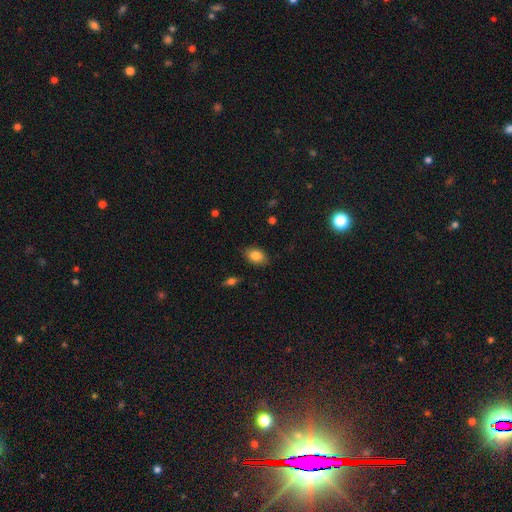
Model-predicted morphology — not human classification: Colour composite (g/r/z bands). It shows a smooth galaxy with no disk features (84%) that is in between round and cigar-shaped (86%). Merging: none (84%).